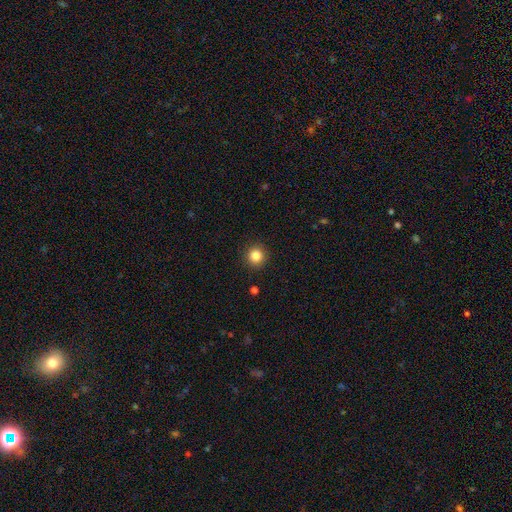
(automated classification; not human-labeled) smooth_or_featured: smooth (p=0.85) [alt: star or artifact p=0.11]
how_rounded: round (p=0.94) [alt: in between p=0.05]
merging: none (p=0.92) [alt: minor disturbance p=0.05]